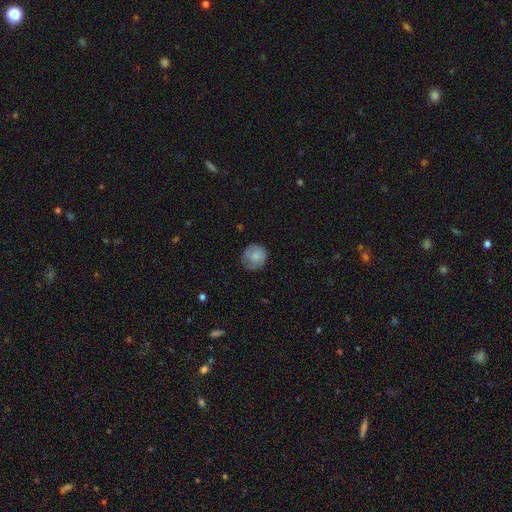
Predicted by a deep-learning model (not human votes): This appears to be a smooth galaxy with no disk features (79%) that is round (90%). Merging: none (69%).